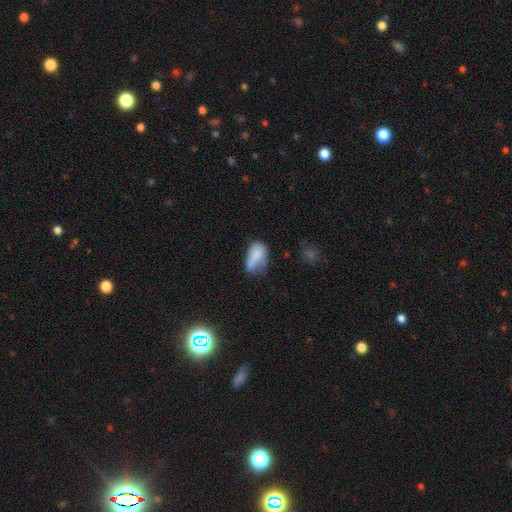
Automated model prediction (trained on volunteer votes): This is likely a smooth galaxy (77%). How rounded: clearly in between (88%). Merging: marginally minor disturbance (36%).